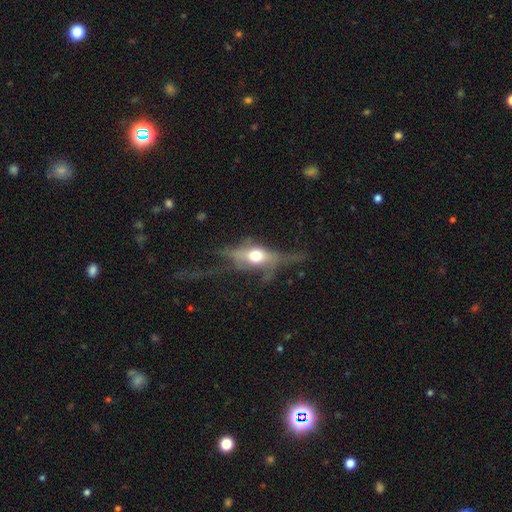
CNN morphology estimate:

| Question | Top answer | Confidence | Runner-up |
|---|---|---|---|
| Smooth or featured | featured or disk | 56% | smooth (34%) |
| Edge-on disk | yes | 52% | no (48%) |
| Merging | major disturbance | 45% | none (33%) |